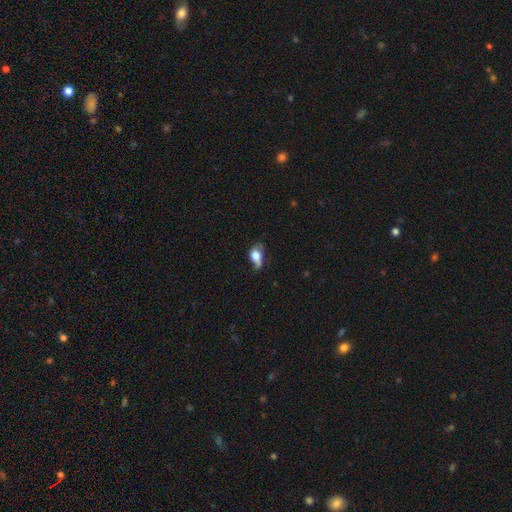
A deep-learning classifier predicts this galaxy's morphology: Smooth or featured: smooth — 68% (featured or disk — 23%)
How rounded: in between — 80% (round — 16%)
Merging: minor disturbance — 37% (major disturbance — 32%)